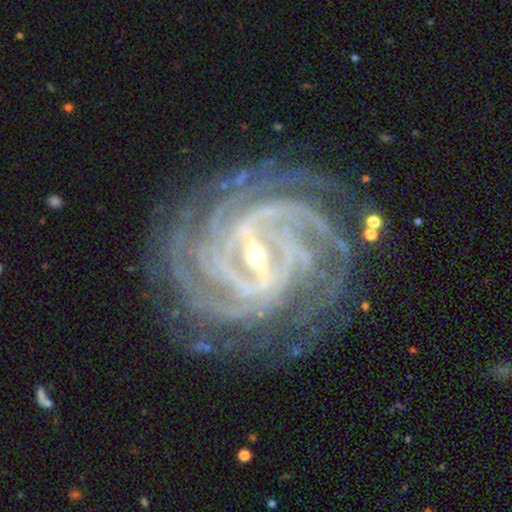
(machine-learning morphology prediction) type=featured or disk (93%); edge-on=no (97%); bar=strong (68%); spiral arms=yes (99%); winding=tight (78%); arm count=4 (35%); bulge=small (66%); merging=none (82%).